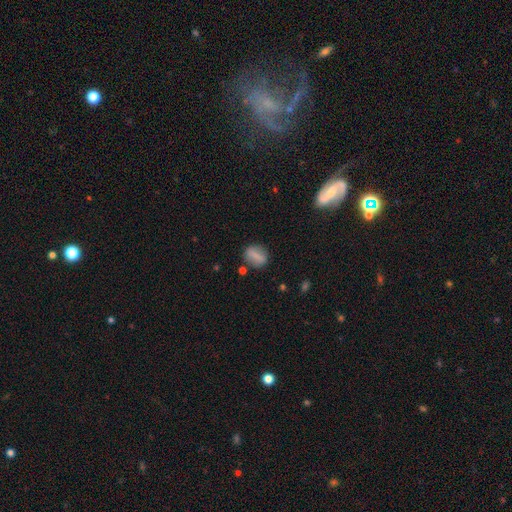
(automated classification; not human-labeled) A smooth galaxy with no disk features (70%) that is in between round and cigar-shaped (54%). Merging: none (79%).